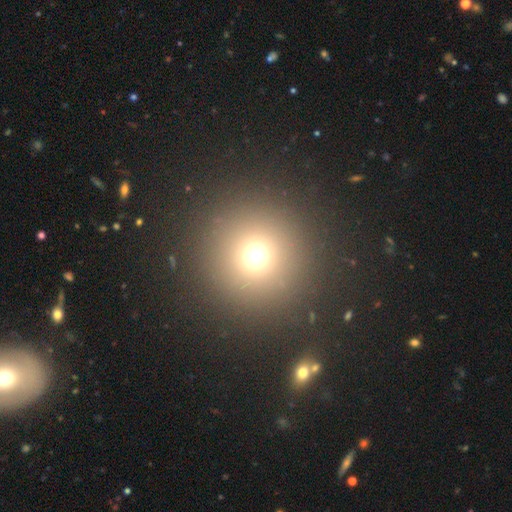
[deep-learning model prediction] This is likely a smooth galaxy (68%). How rounded: clearly round (96%). Merging: clearly none (89%).